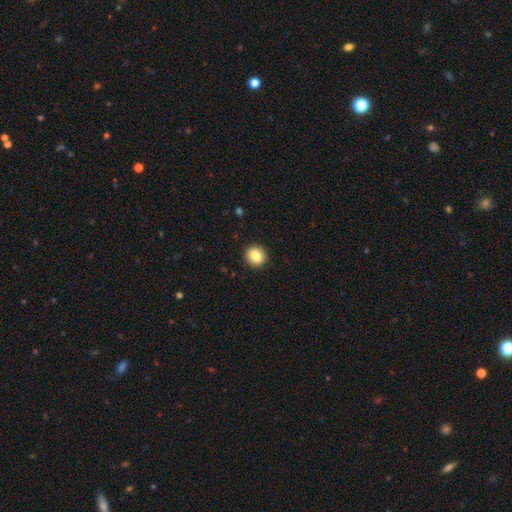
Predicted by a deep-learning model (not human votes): A smooth galaxy with no disk features (85%) that is round (92%). Merging: none (92%).